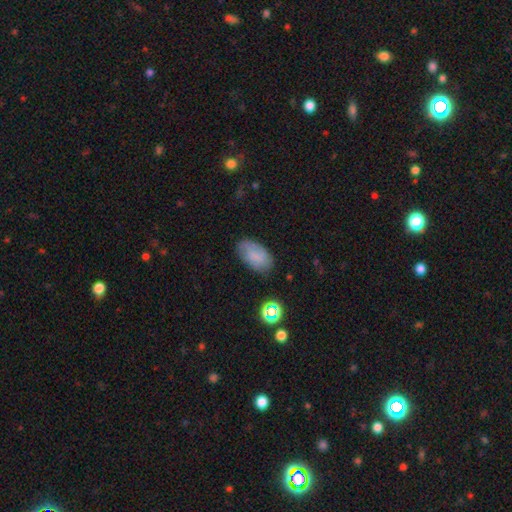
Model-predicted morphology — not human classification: A smooth galaxy with no disk features (76%) that is in between round and cigar-shaped (93%).

Vote fractions:
- Smooth or featured? smooth: 76% / featured or disk: 14% / star or artifact: 10%
- How rounded? in between: 93% / round: 5% / cigar-shaped: 2%
- Merging? none: 74% / minor disturbance: 19% / major disturbance: 5% / merger: 2%